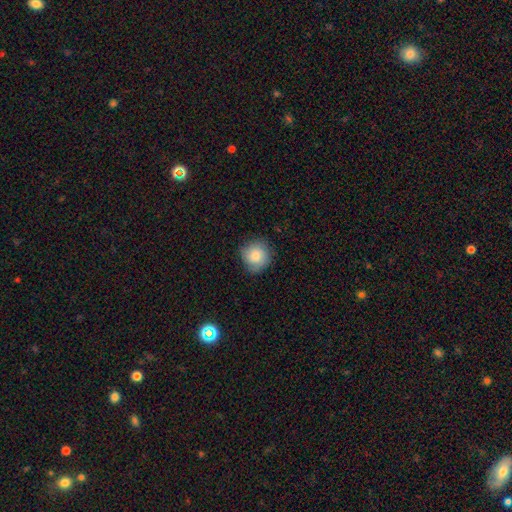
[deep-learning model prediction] Q: Smooth or featured?
A: smooth (82%); runner-up: featured or disk (10%)
Q: How rounded?
A: round (92%); runner-up: in between (8%)
Q: Merging?
A: none (80%); runner-up: minor disturbance (16%)